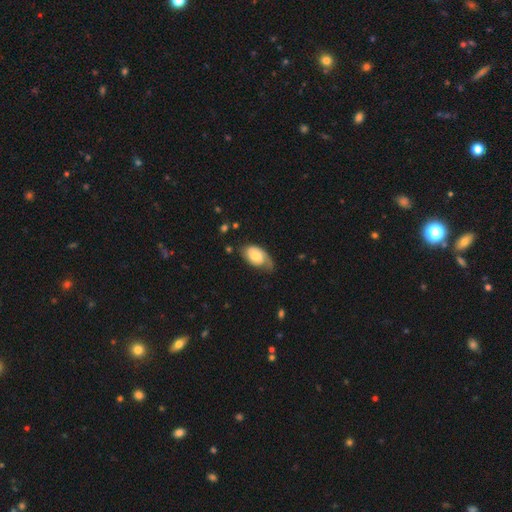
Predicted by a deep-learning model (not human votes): Smooth or featured? featured or disk (54%)
Edge-on disk? no (95%)
Bar? no (55%)
Spiral arms? yes (86%)
Bulge size? moderate (51%)
Merging? none (48%)